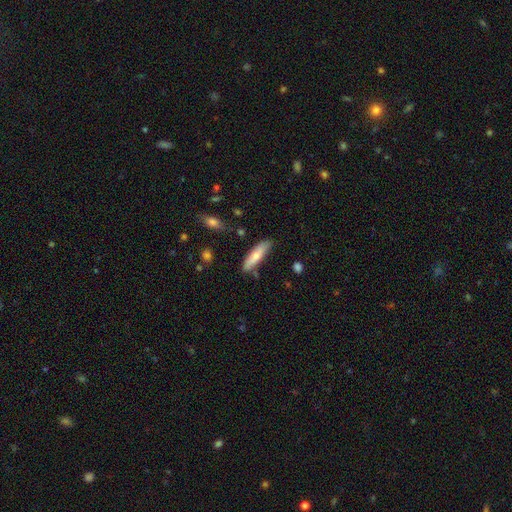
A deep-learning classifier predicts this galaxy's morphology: Q: Smooth or featured?
A: smooth (62%); runner-up: featured or disk (32%)
Q: How rounded?
A: cigar-shaped (69%); runner-up: in between (29%)
Q: Merging?
A: none (79%); runner-up: minor disturbance (15%)